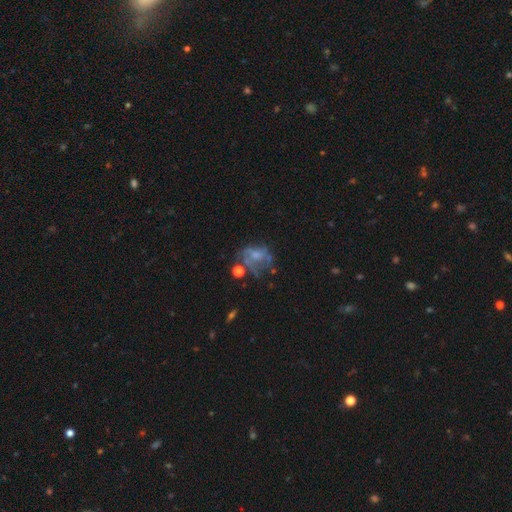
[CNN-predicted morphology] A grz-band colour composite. It shows a featured or disk galaxy (59%) with no bar (77%), no spiral arms (52%) and a small central bulge (41%). Merging: none (37%).